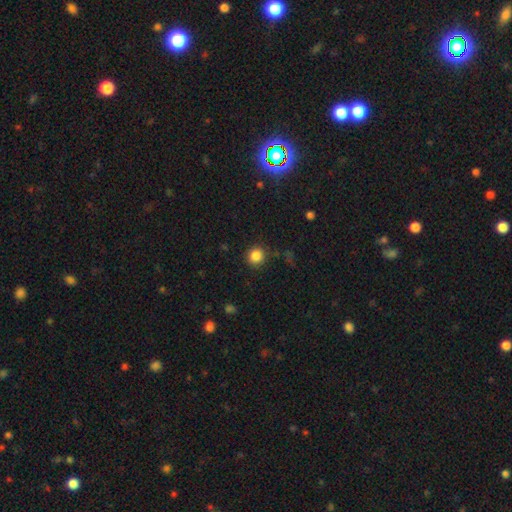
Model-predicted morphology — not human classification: smooth_or_featured: smooth (p=0.85) [alt: star or artifact p=0.11]
how_rounded: round (p=0.92) [alt: in between p=0.07]
merging: none (p=0.88) [alt: minor disturbance p=0.07]